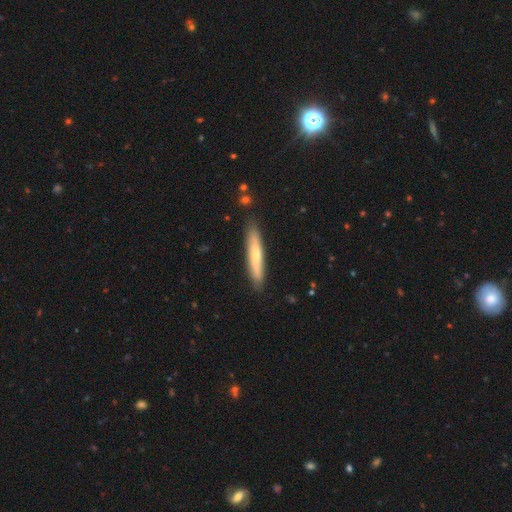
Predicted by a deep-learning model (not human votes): This is likely a smooth galaxy (63%). How rounded: clearly cigar-shaped (92%). Merging: clearly none (87%).